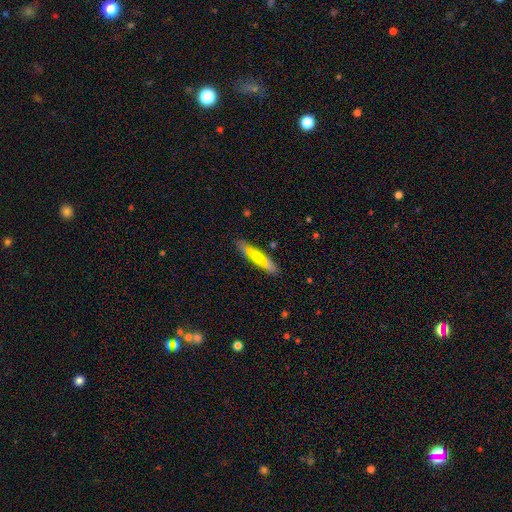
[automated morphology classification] smooth 49%, featured or disk 45%, star or artifact 6%. Down the decision tree: merging — none (77%).